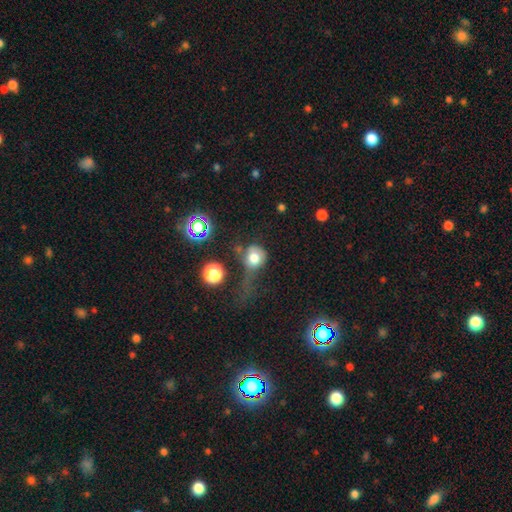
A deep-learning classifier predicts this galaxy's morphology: This is likely a smooth galaxy (62%). How rounded: likely round (76%). Merging: marginally major disturbance (41%).